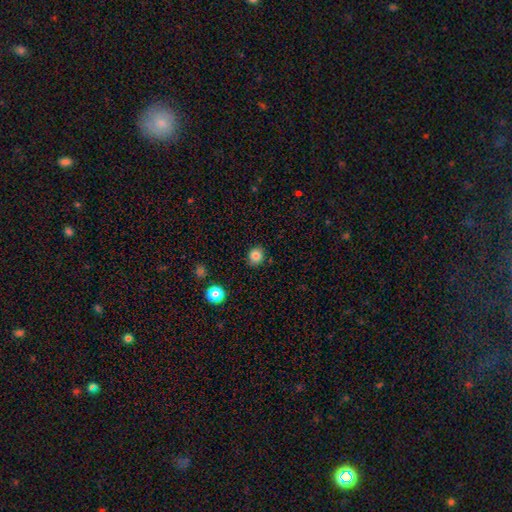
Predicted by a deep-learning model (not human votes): smooth_or_featured: smooth (p=0.84) [alt: star or artifact p=0.11]
how_rounded: round (p=0.78) [alt: in between p=0.22]
merging: none (p=0.87) [alt: minor disturbance p=0.09]